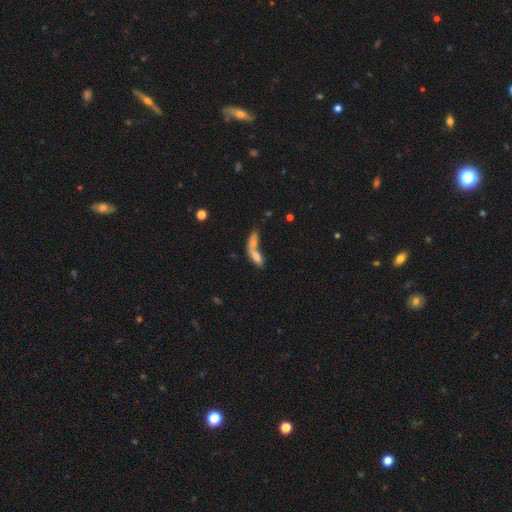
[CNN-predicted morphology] Smooth or featured? Predicted: smooth (p=0.66). How rounded? Predicted: in between (p=0.62). Merging? Predicted: merger (p=0.67).